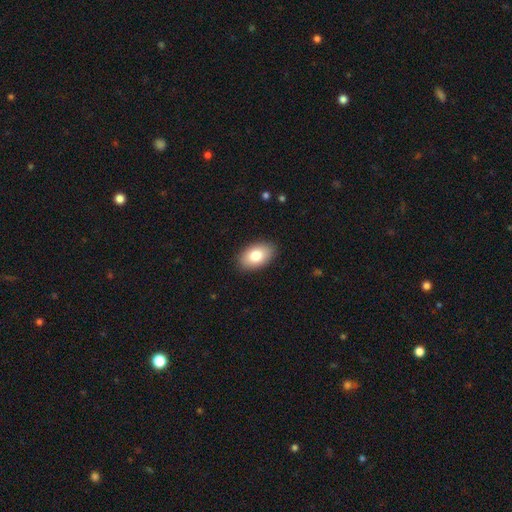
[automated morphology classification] type=smooth (81%); roundness=in between (92%); merging=none (88%).